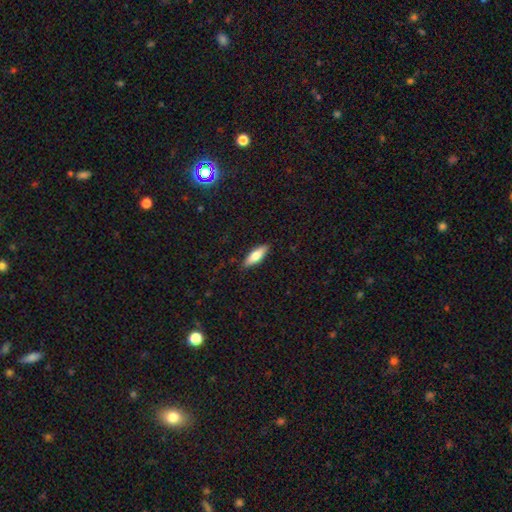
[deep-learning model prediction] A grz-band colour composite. It shows a smooth galaxy with no disk features (73%) that is in between round and cigar-shaped (55%). Merging: none (88%).